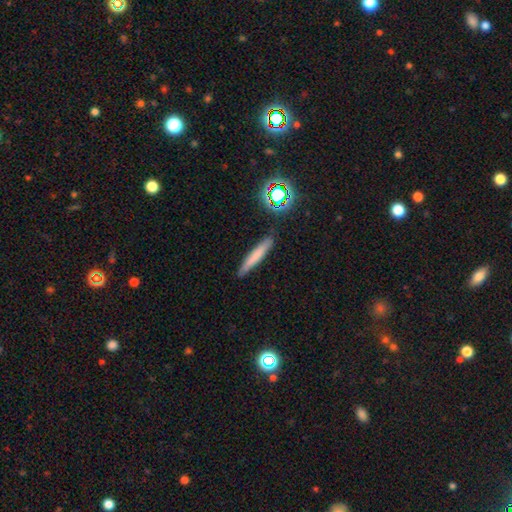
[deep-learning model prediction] smooth-or-featured: smooth: 69% | featured or disk: 21% | star or artifact: 10%
  how-rounded: cigar-shaped: 93% | in between: 5% | round: 2%
  merging: none: 87% | minor disturbance: 9% | merger: 2% | major disturbance: 2%